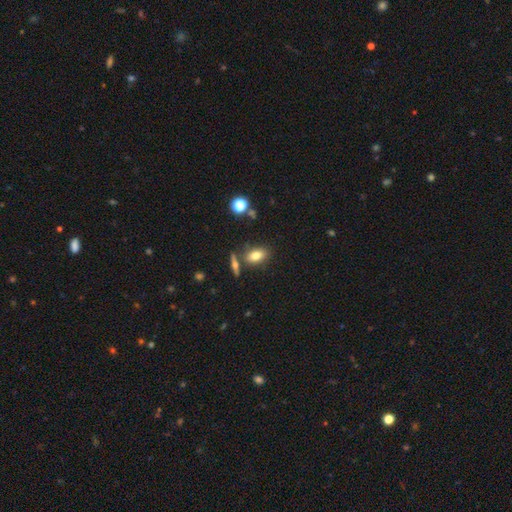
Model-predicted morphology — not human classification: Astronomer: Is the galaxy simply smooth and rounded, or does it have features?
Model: smooth — 76%.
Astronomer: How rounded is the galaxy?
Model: in between — 81%.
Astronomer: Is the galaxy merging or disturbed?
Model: none — 73%.